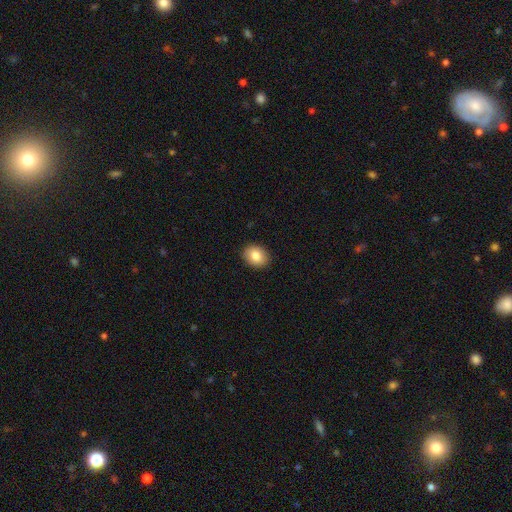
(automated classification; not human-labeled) Smooth or featured?
  - smooth: 84% *
  - featured or disk: 8%
  - star or artifact: 8%
How rounded?
  - in between: 58% *
  - round: 41%
  - cigar-shaped: 1%
Merging?
  - none: 91% *
  - minor disturbance: 7%
  - major disturbance: 2%
  - merger: 1%